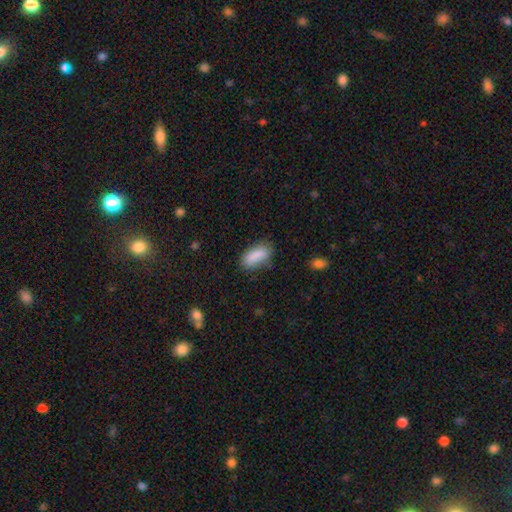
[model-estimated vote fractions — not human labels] The model was most divided on "merging": none: 63%, minor disturbance: 25%, major disturbance: 8%, merger: 4%. More confident: how rounded — in between (86%); smooth or featured — smooth (85%).